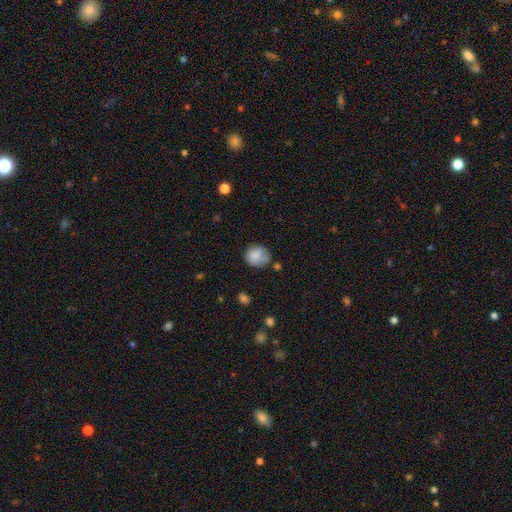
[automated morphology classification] A smooth galaxy with no disk features (79%) that is round (73%). Merging: none (58%).